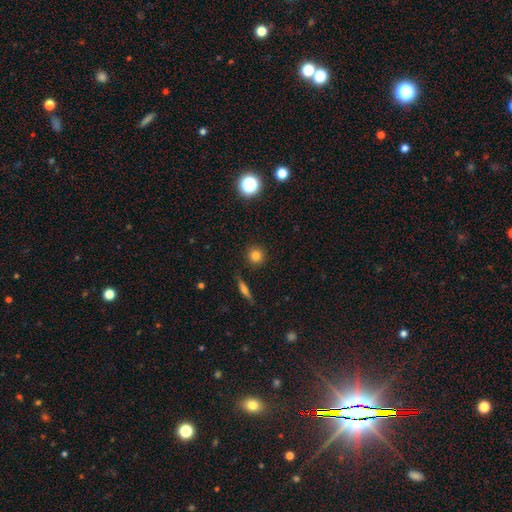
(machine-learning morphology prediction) smooth 80%, star or artifact 13%, featured or disk 7%. Down the decision tree: how rounded — round (94%); merging — none (90%).